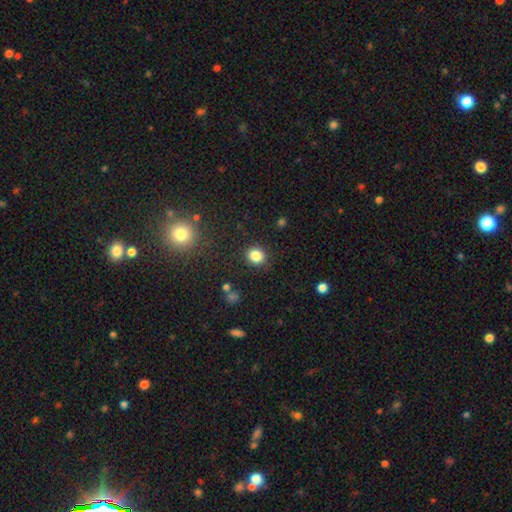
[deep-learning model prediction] Smooth or featured?
  - smooth: 84% *
  - star or artifact: 12%
  - featured or disk: 5%
How rounded?
  - round: 75% *
  - in between: 24%
  - cigar-shaped: 1%
Merging?
  - none: 88% *
  - minor disturbance: 8%
  - major disturbance: 3%
  - merger: 2%